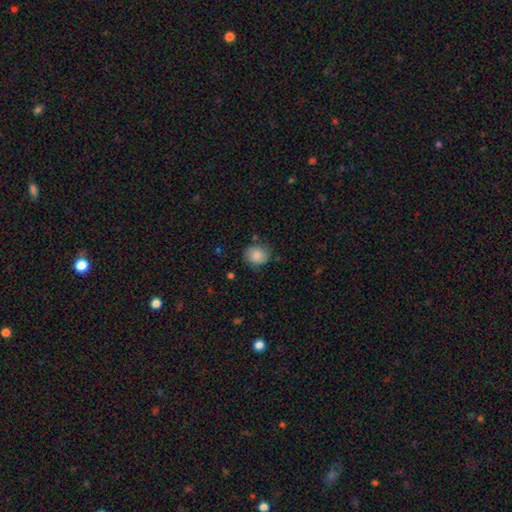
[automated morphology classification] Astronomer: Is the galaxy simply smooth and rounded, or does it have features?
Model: smooth — 86%.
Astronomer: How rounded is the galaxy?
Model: round — 76%.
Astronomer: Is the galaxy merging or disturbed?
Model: none — 78%.